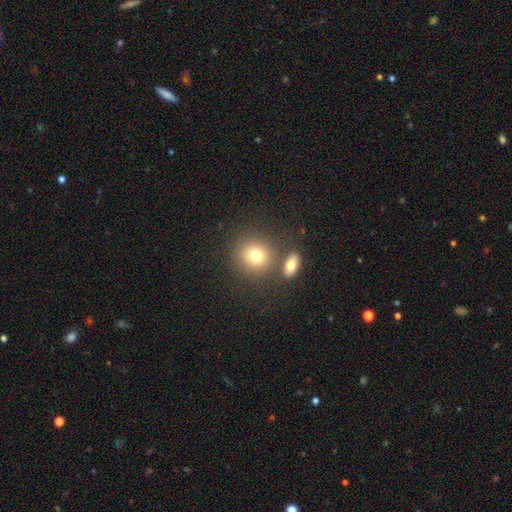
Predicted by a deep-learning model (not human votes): Smooth or featured?
  - smooth: 76% *
  - star or artifact: 12%
  - featured or disk: 12%
How rounded?
  - round: 85% *
  - in between: 14%
  - cigar-shaped: 1%
Merging?
  - none: 72% *
  - merger: 15%
  - minor disturbance: 9%
  - major disturbance: 4%